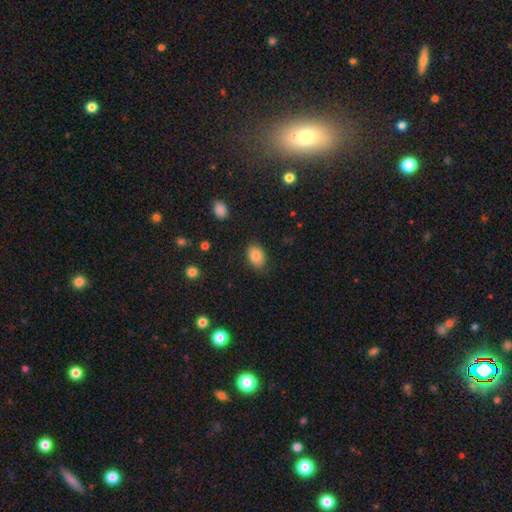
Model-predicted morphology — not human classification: A smooth galaxy with no disk features (84%) that is in between round and cigar-shaped (80%).

Vote fractions:
- Smooth or featured? smooth: 84% / star or artifact: 8% / featured or disk: 7%
- How rounded? in between: 80% / round: 18% / cigar-shaped: 1%
- Merging? none: 83% / minor disturbance: 12% / major disturbance: 3% / merger: 1%